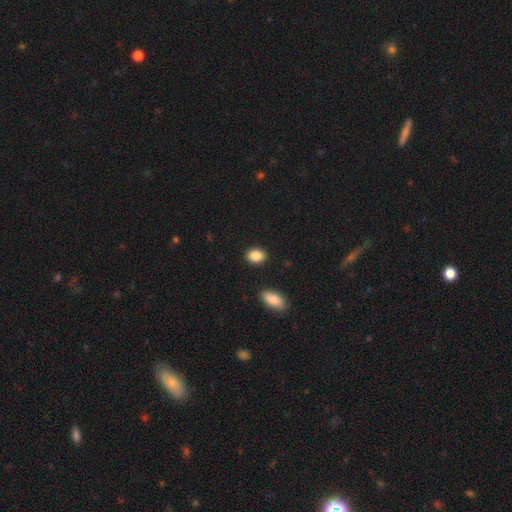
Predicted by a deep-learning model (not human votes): smooth_or_featured: smooth (p=0.88) [alt: star or artifact p=0.08]
how_rounded: in between (p=0.63) [alt: round p=0.36]
merging: none (p=0.89) [alt: minor disturbance p=0.07]